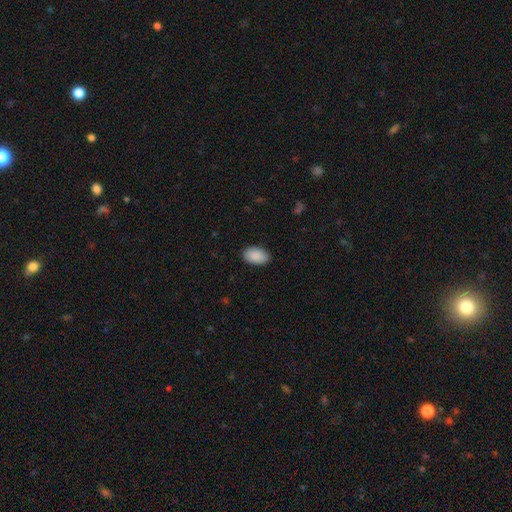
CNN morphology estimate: Smooth or featured: smooth — 91% (star or artifact — 6%)
How rounded: in between — 94% (round — 5%)
Merging: none — 88% (minor disturbance — 9%)